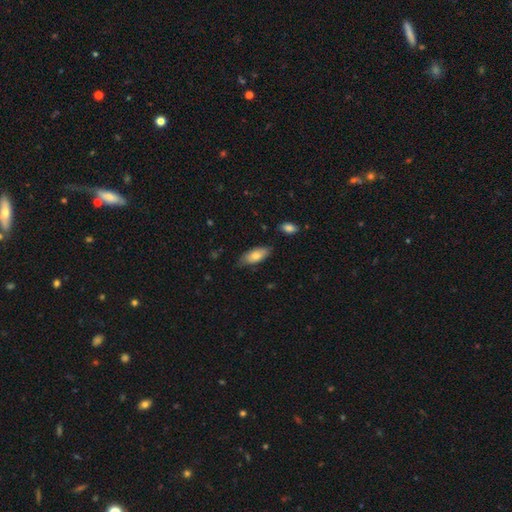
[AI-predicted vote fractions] Q: Smooth or featured?
A: smooth (77%); runner-up: featured or disk (16%)
Q: How rounded?
A: in between (84%); runner-up: cigar-shaped (14%)
Q: Merging?
A: none (76%); runner-up: minor disturbance (19%)